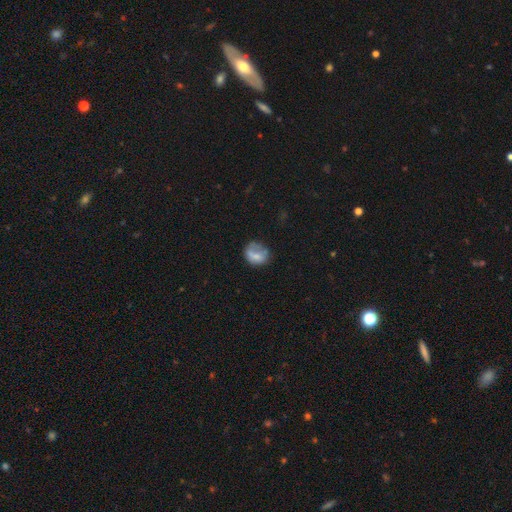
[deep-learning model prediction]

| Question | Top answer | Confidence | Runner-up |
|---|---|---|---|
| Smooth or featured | smooth | 66% | featured or disk (24%) |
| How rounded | round | 57% | in between (41%) |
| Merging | none | 45% | minor disturbance (29%) |